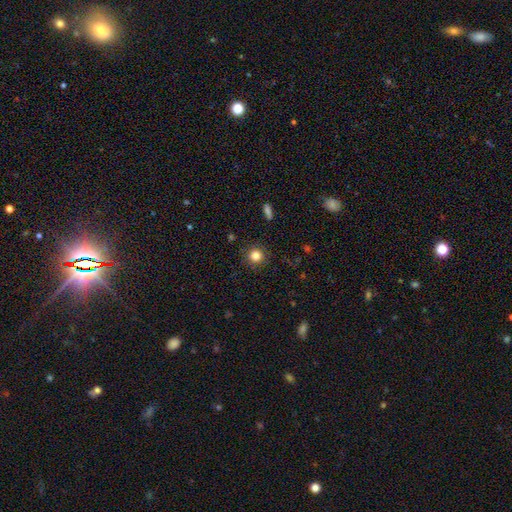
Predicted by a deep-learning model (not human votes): Overall: smooth (82%). How rounded: round (93%). Merging: none (89%).